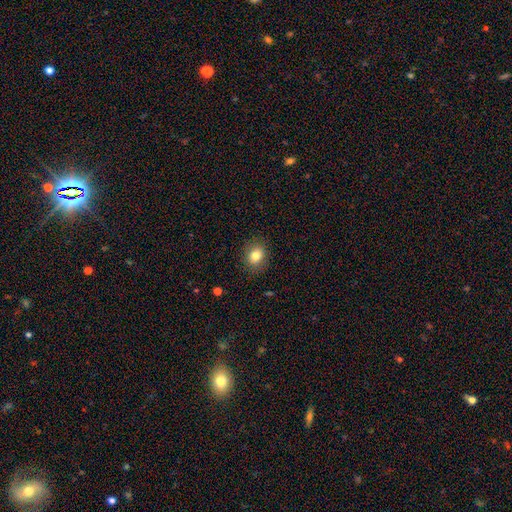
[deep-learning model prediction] smooth-or-featured: smooth: 82% | star or artifact: 10% | featured or disk: 8%
  how-rounded: round: 55% | in between: 44% | cigar-shaped: 1%
  merging: none: 88% | minor disturbance: 8% | major disturbance: 2% | merger: 1%